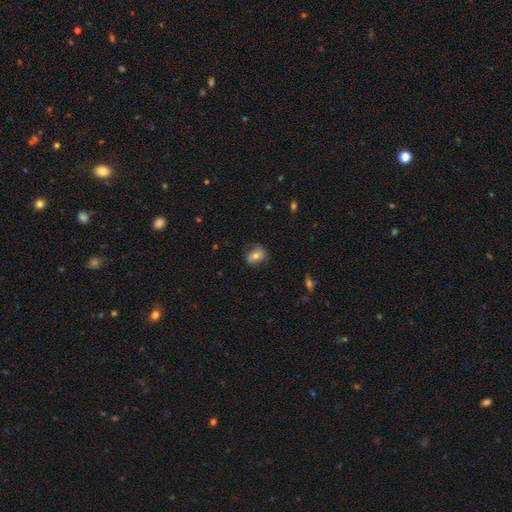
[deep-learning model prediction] smooth_or_featured: smooth (p=0.64) [alt: featured or disk p=0.26]
how_rounded: in between (p=0.61) [alt: round p=0.38]
merging: none (p=0.73) [alt: minor disturbance p=0.20]